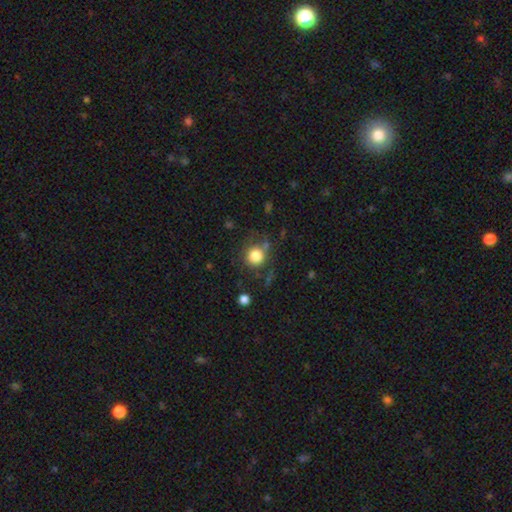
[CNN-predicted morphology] Smooth or featured: smooth — 82% (star or artifact — 11%)
How rounded: round — 90% (in between — 9%)
Merging: none — 72% (minor disturbance — 15%)